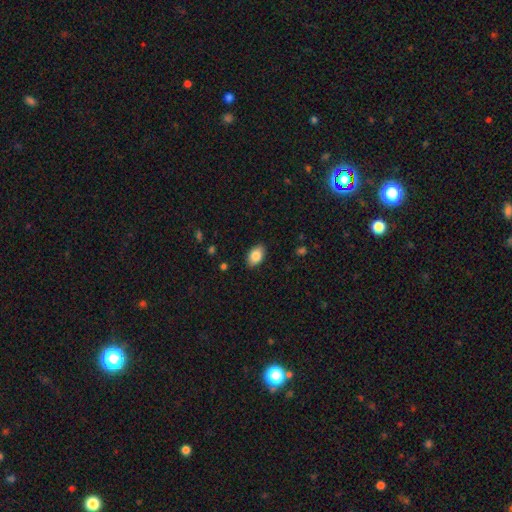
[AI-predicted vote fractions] Overall: smooth (86%). How rounded: in between (89%). Merging: none (88%).